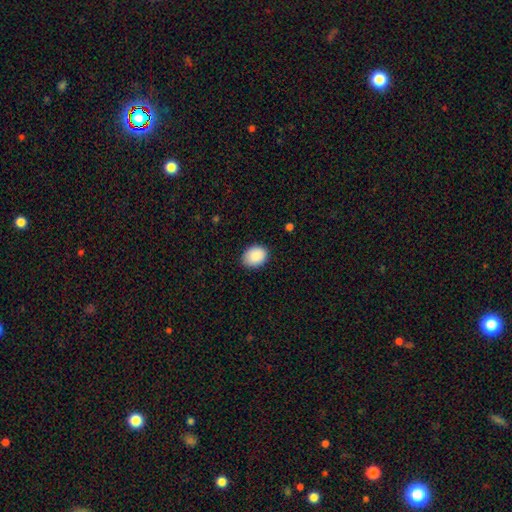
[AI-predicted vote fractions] smooth 90%, star or artifact 7%, featured or disk 3%. Down the decision tree: how rounded — in between (58%); merging — none (87%).